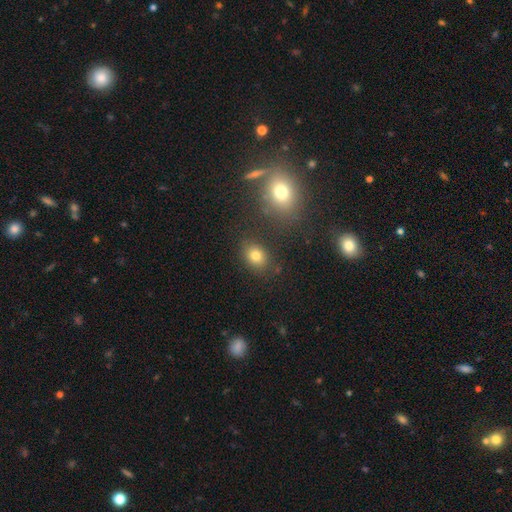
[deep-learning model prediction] smooth 78%, star or artifact 14%, featured or disk 8%. Down the decision tree: how rounded — in between (52%); merging — none (80%).